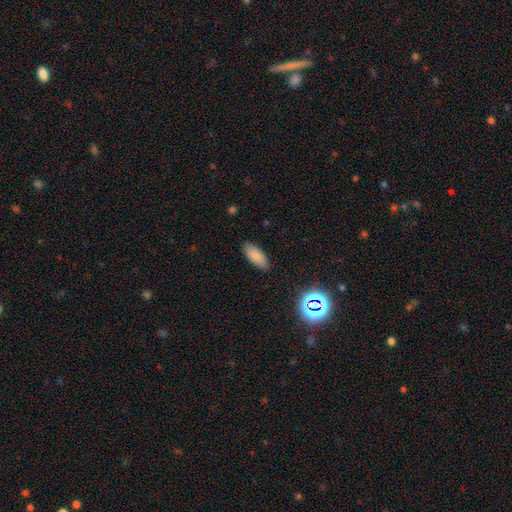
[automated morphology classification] Q: Smooth or featured?
A: smooth (83%); runner-up: star or artifact (9%)
Q: How rounded?
A: in between (82%); runner-up: cigar-shaped (16%)
Q: Merging?
A: none (86%); runner-up: minor disturbance (10%)